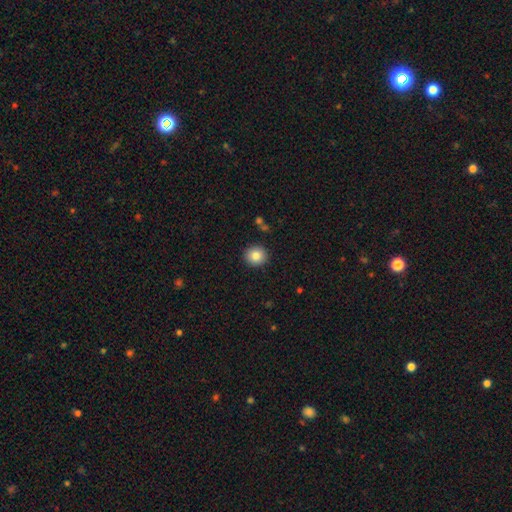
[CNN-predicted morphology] Smooth or featured: smooth — 84% (star or artifact — 9%)
How rounded: round — 90% (in between — 9%)
Merging: none — 91% (minor disturbance — 6%)